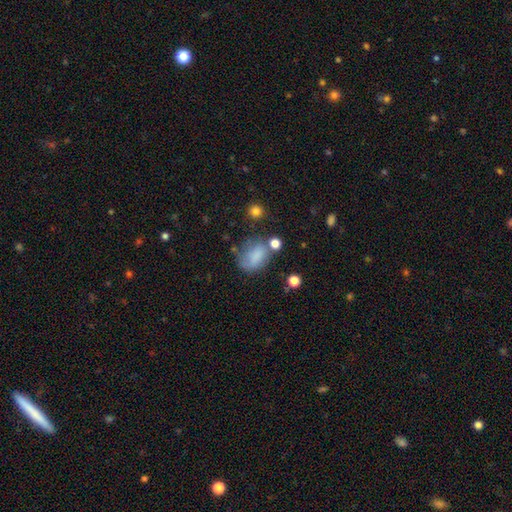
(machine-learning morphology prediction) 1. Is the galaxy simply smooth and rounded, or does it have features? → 72% smooth, 16% featured or disk, 13% star or artifact.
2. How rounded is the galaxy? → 71% in between, 27% round, 2% cigar-shaped.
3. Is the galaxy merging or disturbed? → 44% none, 28% minor disturbance, 18% major disturbance, 11% merger.